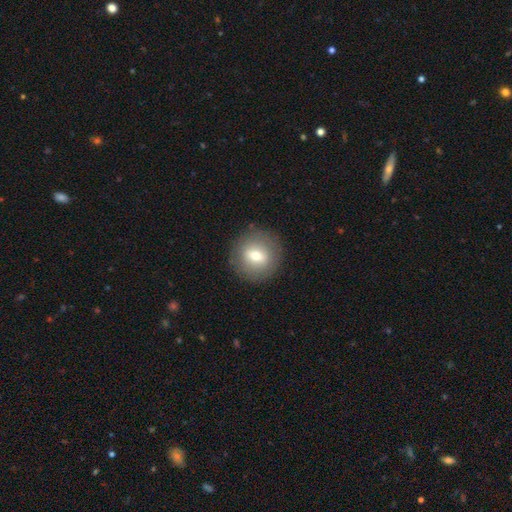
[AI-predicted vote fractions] Q: Smooth or featured?
A: smooth (68%); runner-up: featured or disk (23%)
Q: How rounded?
A: round (89%); runner-up: in between (10%)
Q: Merging?
A: none (89%); runner-up: minor disturbance (7%)